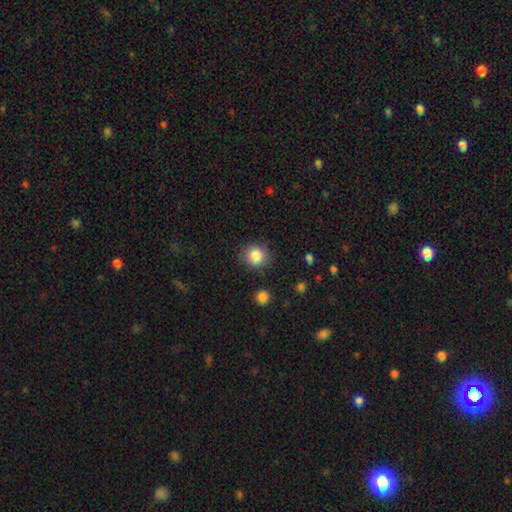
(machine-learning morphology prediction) smooth_or_featured: smooth (p=0.86) [alt: star or artifact p=0.09]
how_rounded: round (p=0.87) [alt: in between p=0.12]
merging: none (p=0.87) [alt: minor disturbance p=0.08]